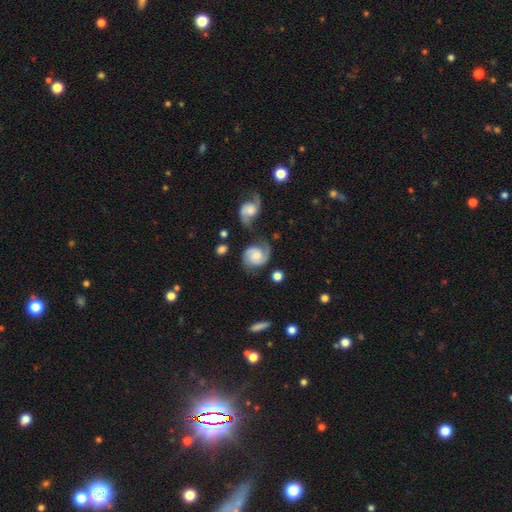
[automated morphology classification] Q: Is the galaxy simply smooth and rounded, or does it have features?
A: featured or disk — 75%.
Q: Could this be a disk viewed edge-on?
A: no — 97%.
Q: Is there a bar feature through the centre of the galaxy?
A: no — 65%.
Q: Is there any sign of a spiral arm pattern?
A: yes — 95%.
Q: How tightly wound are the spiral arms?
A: medium — 46%.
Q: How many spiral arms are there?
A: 2 — 83%.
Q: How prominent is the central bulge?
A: moderate — 43%.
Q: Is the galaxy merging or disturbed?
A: none — 56%.